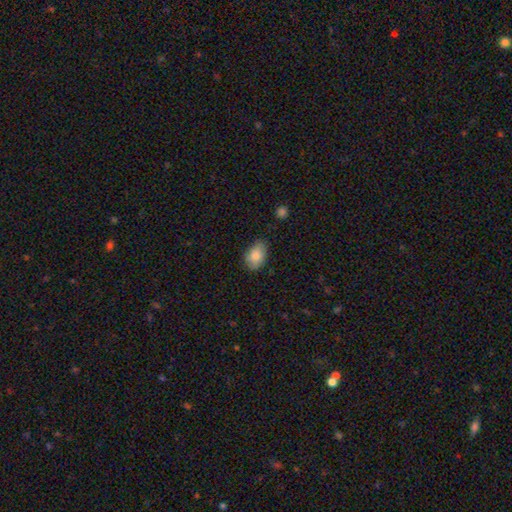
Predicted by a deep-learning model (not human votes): This appears to be a smooth galaxy with no disk features (85%) that is in between round and cigar-shaped (86%). Merging: none (75%).